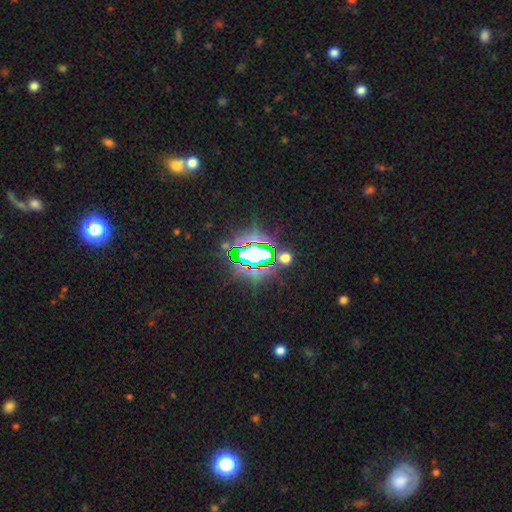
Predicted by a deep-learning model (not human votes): smooth-or-featured: star or artifact: 75% | smooth: 14% | featured or disk: 11%